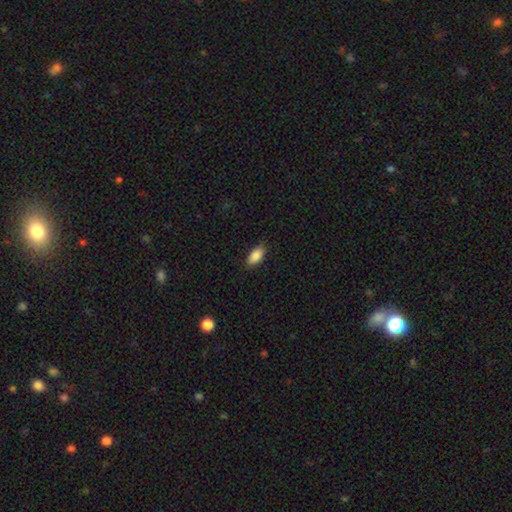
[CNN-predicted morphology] type=smooth (88%); roundness=in between (90%); merging=none (84%).